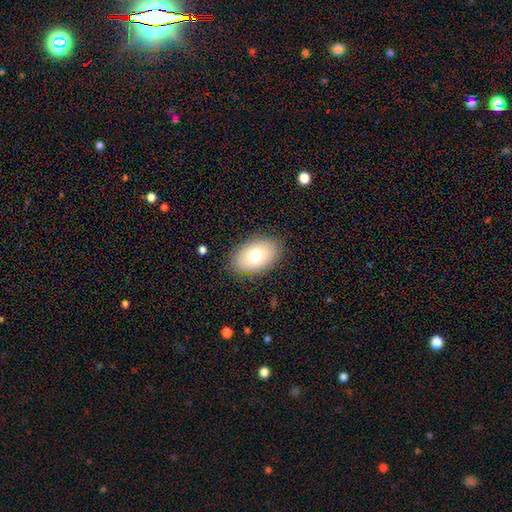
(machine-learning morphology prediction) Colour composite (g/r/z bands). It shows a smooth galaxy with no disk features (73%) that is in between round and cigar-shaped (87%). Merging: none (84%).